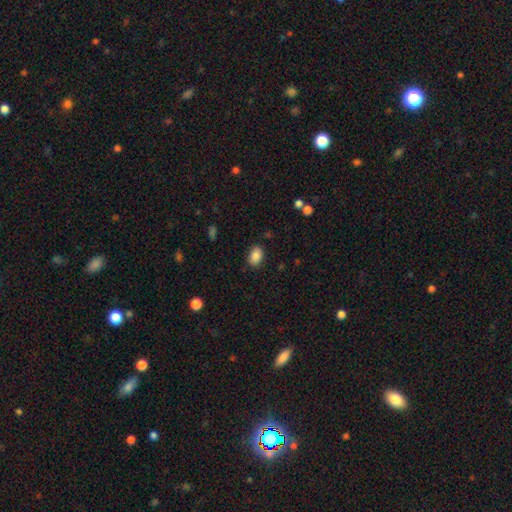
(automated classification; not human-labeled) Smooth or featured?
  - smooth: 87% *
  - star or artifact: 8%
  - featured or disk: 4%
How rounded?
  - in between: 87% *
  - round: 11%
  - cigar-shaped: 1%
Merging?
  - none: 86% *
  - minor disturbance: 10%
  - major disturbance: 3%
  - merger: 1%